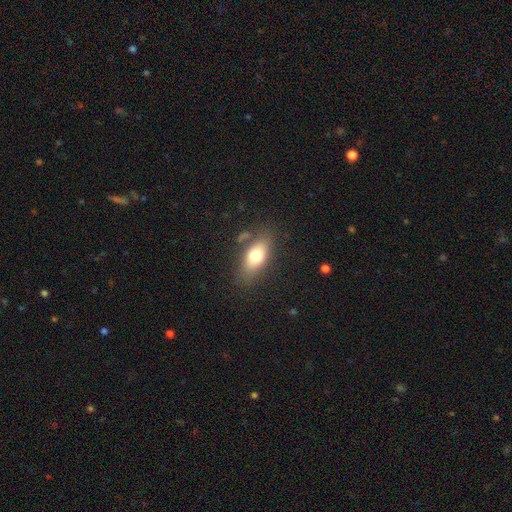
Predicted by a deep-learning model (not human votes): smooth 73%, featured or disk 19%, star or artifact 8%. Down the decision tree: how rounded — in between (82%); merging — none (74%).